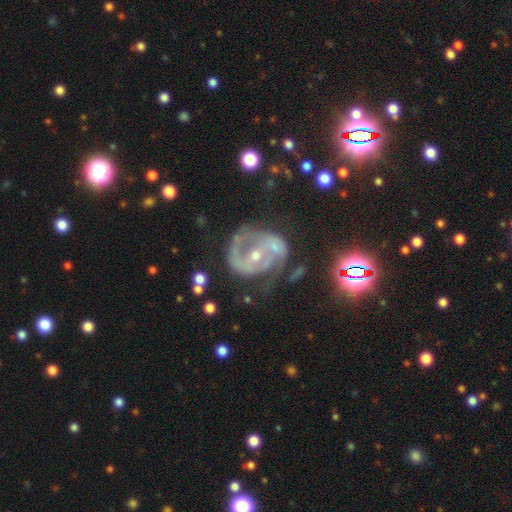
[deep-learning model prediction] smooth-or-featured: featured or disk: 81% | smooth: 12% | star or artifact: 6%
  disk-edge-on: no: 97% | yes: 3%
    bar: no: 43% | weak: 36% | strong: 21%
    has-spiral-arms: yes: 81% | no: 19%
      spiral-winding: medium: 45% | tight: 32% | loose: 22%
      spiral-arm-count: 2: 67% | can't tell: 14% | 1: 11% | 3: 5% | 4: 2% | more than 4: 2%
    bulge-size: small: 48% | moderate: 47% | large: 2% | none: 2% | dominant: 1%
  merging: none: 41% | major disturbance: 25% | minor disturbance: 22% | merger: 11%